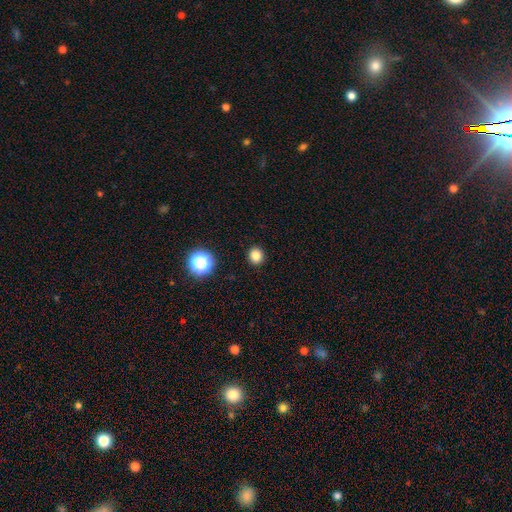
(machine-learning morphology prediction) Overall: smooth (82%). How rounded: round (88%). Merging: none (92%).